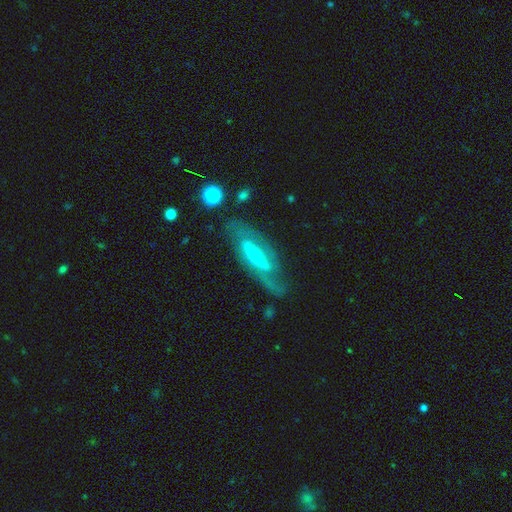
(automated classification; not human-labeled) A featured or disk galaxy (80%) with no bar (39%), 2 (73%) medium (42%) spiral arms (80%) and a small central bulge (61%). Merging: none (70%).